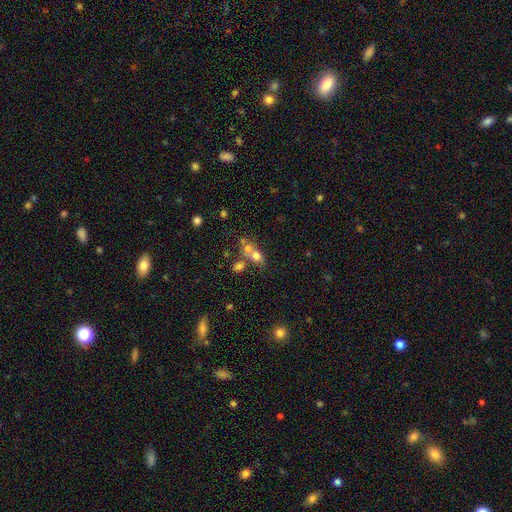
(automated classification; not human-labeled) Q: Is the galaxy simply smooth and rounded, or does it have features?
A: smooth — 65%.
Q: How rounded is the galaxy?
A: in between — 50%.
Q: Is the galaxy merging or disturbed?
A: merger — 57%.